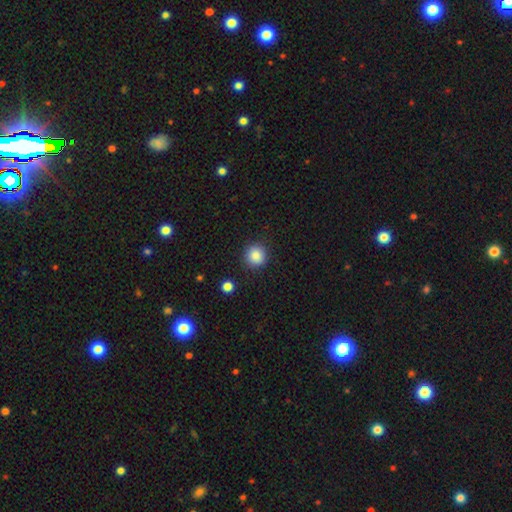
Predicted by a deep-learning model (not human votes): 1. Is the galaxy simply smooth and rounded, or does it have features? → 86% smooth, 10% star or artifact, 4% featured or disk.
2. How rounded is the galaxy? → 92% round, 7% in between, 1% cigar-shaped.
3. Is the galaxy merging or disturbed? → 88% none, 7% minor disturbance, 2% major disturbance, 2% merger.